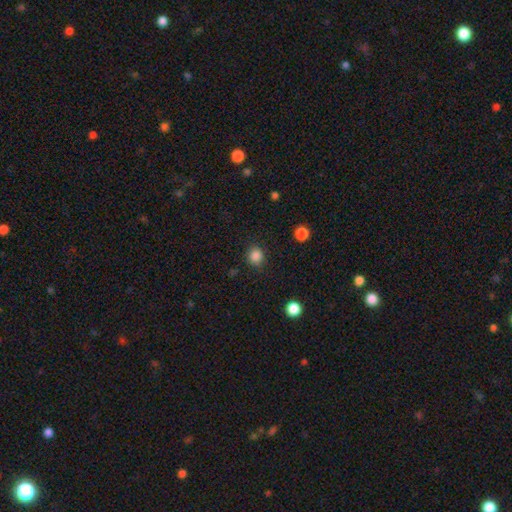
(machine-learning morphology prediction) Smooth or featured?
  - smooth: 85% *
  - star or artifact: 12%
  - featured or disk: 4%
How rounded?
  - round: 84% *
  - in between: 15%
  - cigar-shaped: 1%
Merging?
  - none: 87% *
  - minor disturbance: 9%
  - major disturbance: 3%
  - merger: 1%